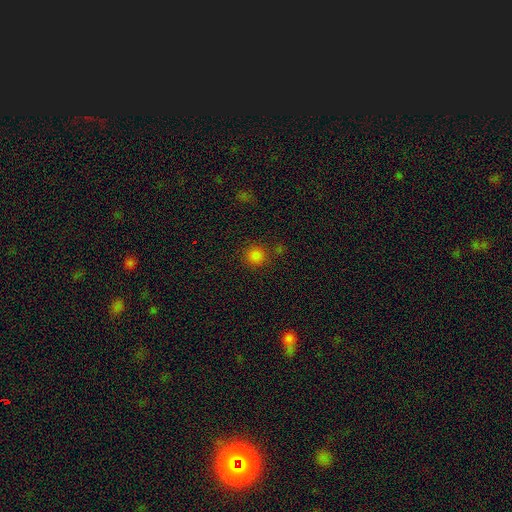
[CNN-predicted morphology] smooth 80%, star or artifact 16%, featured or disk 4%. Down the decision tree: how rounded — round (93%); merging — none (77%).